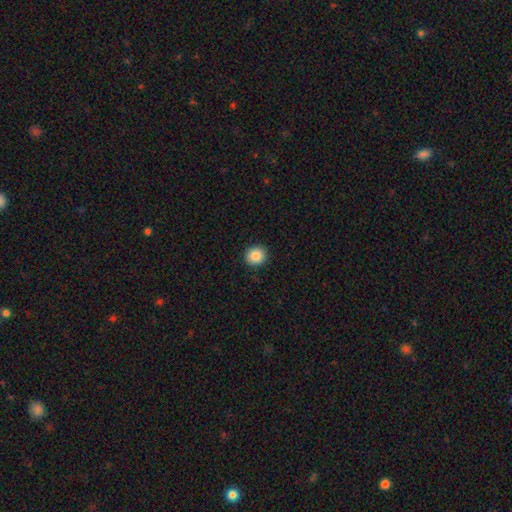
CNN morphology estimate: Smooth or featured?
  - smooth: 87% *
  - star or artifact: 9%
  - featured or disk: 5%
How rounded?
  - round: 88% *
  - in between: 11%
  - cigar-shaped: 1%
Merging?
  - none: 92% *
  - minor disturbance: 5%
  - major disturbance: 2%
  - merger: 1%